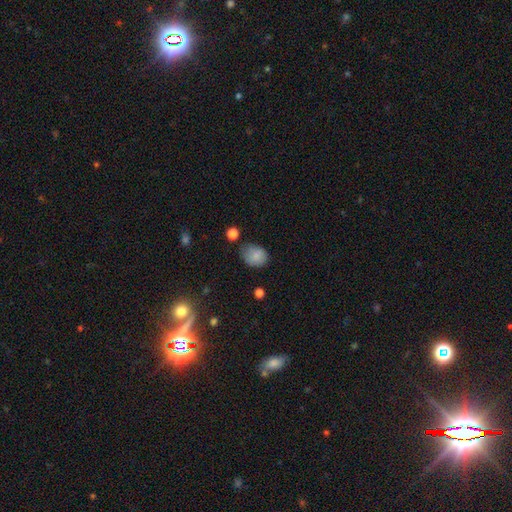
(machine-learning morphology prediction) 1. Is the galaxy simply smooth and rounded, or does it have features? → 83% smooth, 9% star or artifact, 8% featured or disk.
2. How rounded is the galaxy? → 56% in between, 43% round, 1% cigar-shaped.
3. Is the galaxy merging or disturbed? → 65% none, 26% minor disturbance, 6% major disturbance, 3% merger.